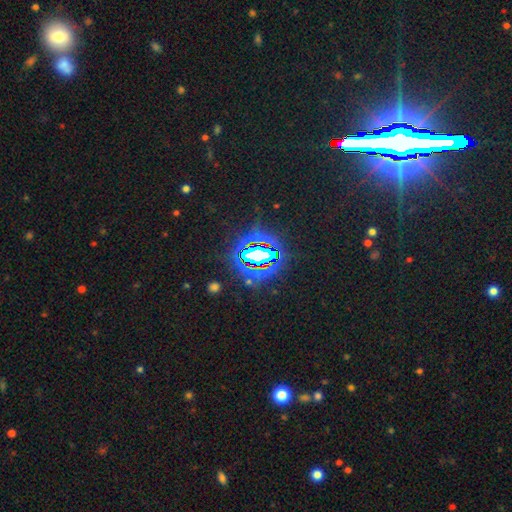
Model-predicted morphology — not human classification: Smooth or featured? Predicted: star or artifact (p=0.78).